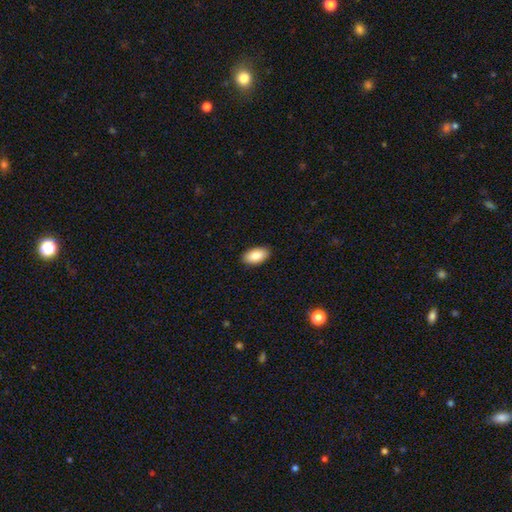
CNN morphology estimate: type=smooth (85%); roundness=in between (94%); merging=none (89%).